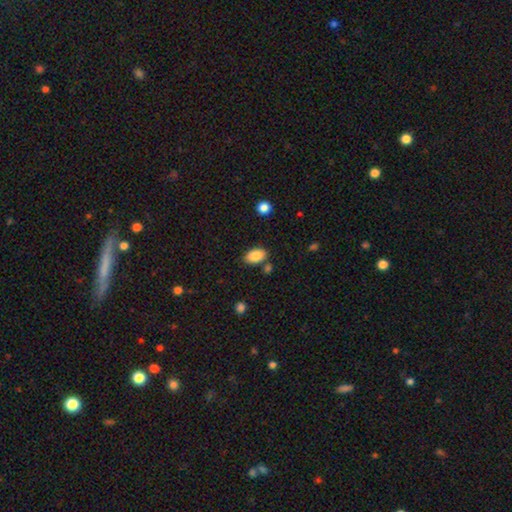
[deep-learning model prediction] Smooth or featured: smooth — 86% (star or artifact — 8%)
How rounded: in between — 91% (round — 8%)
Merging: none — 79% (minor disturbance — 12%)